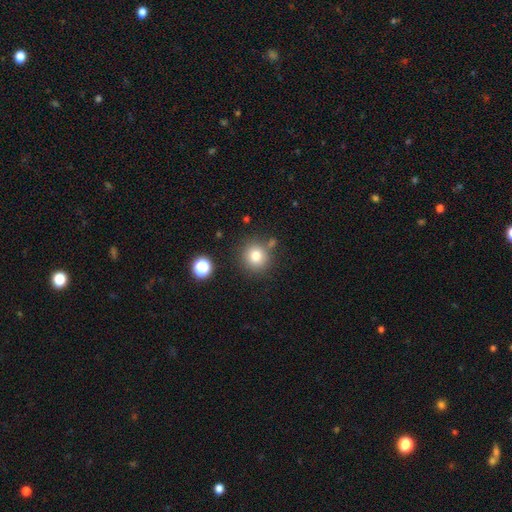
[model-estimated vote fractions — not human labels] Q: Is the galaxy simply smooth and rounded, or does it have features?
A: smooth — 80%.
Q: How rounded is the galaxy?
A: round — 90%.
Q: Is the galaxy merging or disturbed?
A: none — 78%.